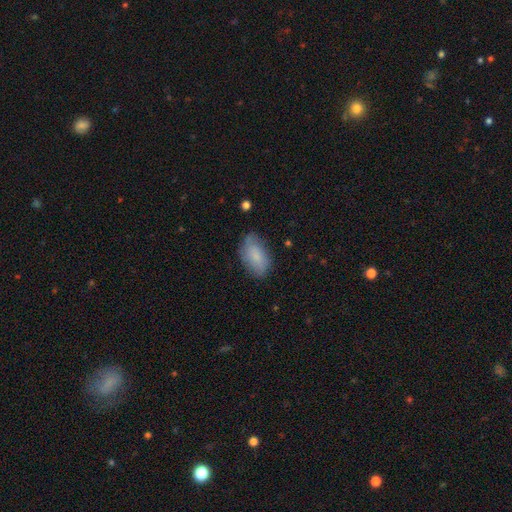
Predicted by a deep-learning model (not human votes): Overall: smooth (78%). How rounded: in between (93%). Merging: none (71%).